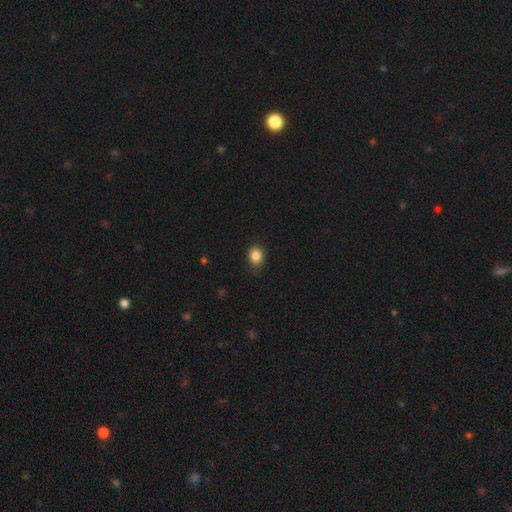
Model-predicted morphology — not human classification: Smooth or featured?
  - smooth: 86% *
  - star or artifact: 10%
  - featured or disk: 4%
How rounded?
  - in between: 50% *
  - round: 49%
  - cigar-shaped: 1%
Merging?
  - none: 80% *
  - minor disturbance: 16%
  - major disturbance: 3%
  - merger: 1%